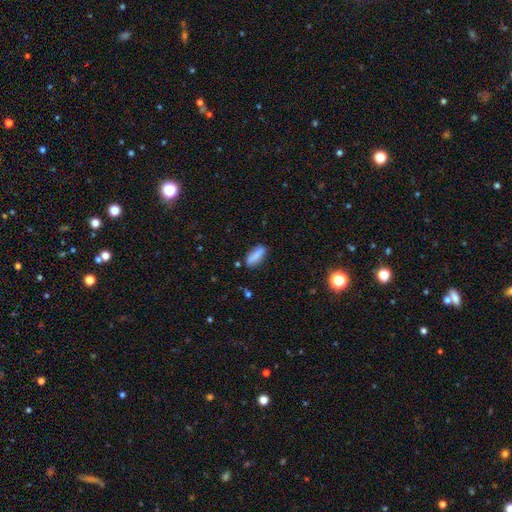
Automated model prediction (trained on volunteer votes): Smooth or featured? Predicted: smooth (p=0.82). How rounded? Predicted: in between (p=0.68). Merging? Predicted: none (p=0.77).